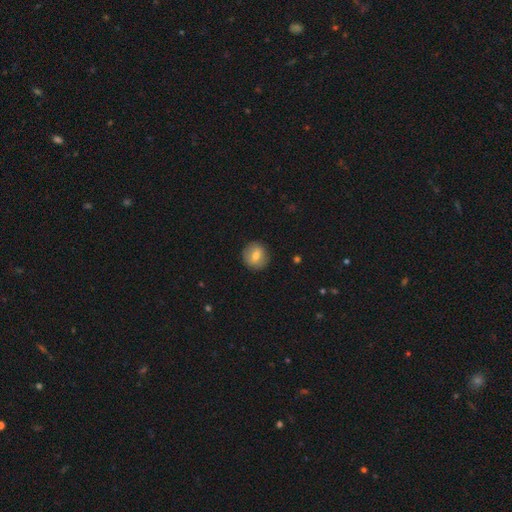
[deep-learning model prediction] Q: Smooth or featured?
A: smooth (72%); runner-up: featured or disk (21%)
Q: How rounded?
A: round (91%); runner-up: in between (8%)
Q: Merging?
A: none (89%); runner-up: minor disturbance (8%)